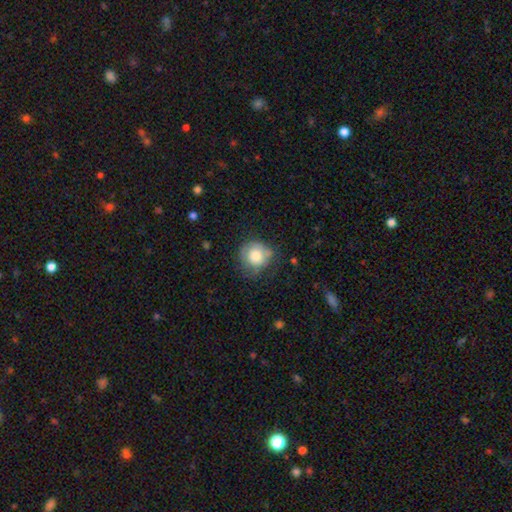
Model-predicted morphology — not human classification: The model was most divided on "merging": none: 57%, minor disturbance: 29%, major disturbance: 11%, merger: 3%. More confident: how rounded — round (87%); smooth or featured — smooth (73%).